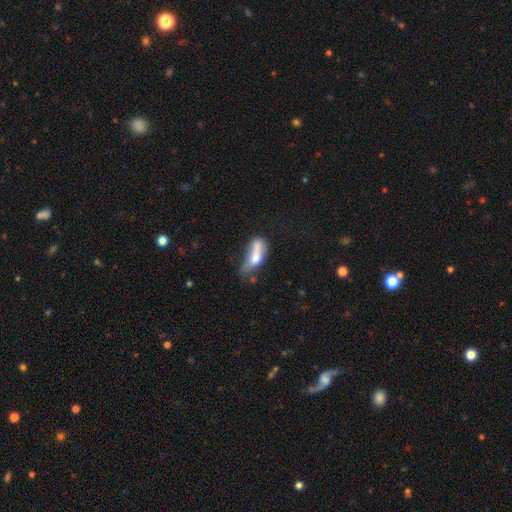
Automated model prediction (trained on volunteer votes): A smooth galaxy with no disk features (59%) that is in between round and cigar-shaped (67%).

Vote fractions:
- Smooth or featured? smooth: 59% / featured or disk: 32% / star or artifact: 9%
- How rounded? in between: 67% / cigar-shaped: 27% / round: 6%
- Merging? merger: 29% / major disturbance: 27% / minor disturbance: 23% / none: 21%